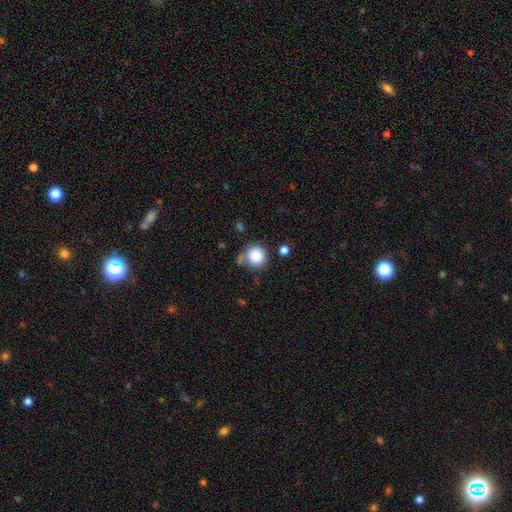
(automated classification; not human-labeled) smooth_or_featured: smooth (p=0.87) [alt: star or artifact p=0.09]
how_rounded: round (p=0.91) [alt: in between p=0.08]
merging: none (p=0.67) [alt: minor disturbance p=0.16]